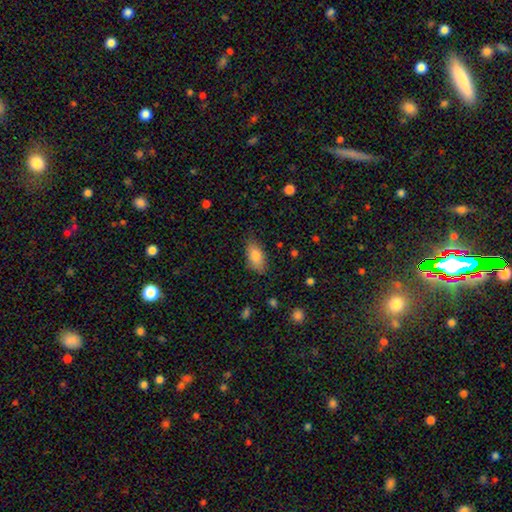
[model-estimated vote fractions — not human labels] smooth_or_featured: smooth (p=0.82) [alt: featured or disk p=0.11]
how_rounded: in between (p=0.89) [alt: cigar-shaped p=0.07]
merging: none (p=0.80) [alt: minor disturbance p=0.16]